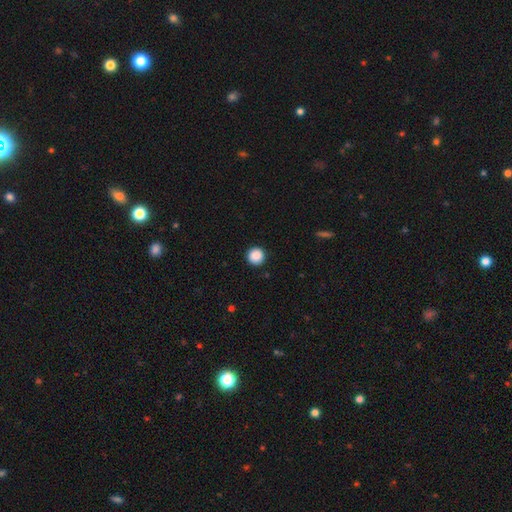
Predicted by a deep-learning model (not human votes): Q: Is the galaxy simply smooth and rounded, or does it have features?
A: smooth — 89%.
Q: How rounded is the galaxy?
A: round — 96%.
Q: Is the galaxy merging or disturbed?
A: none — 93%.